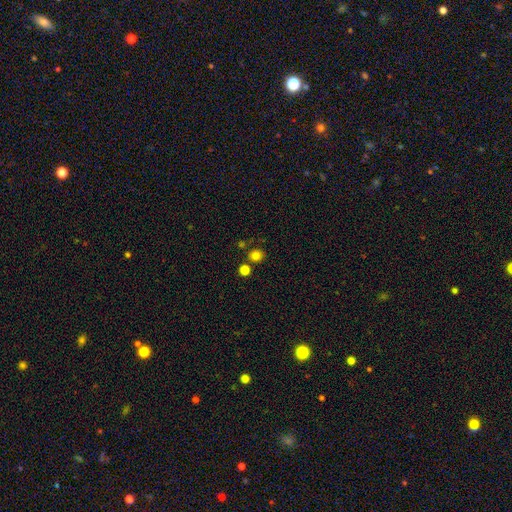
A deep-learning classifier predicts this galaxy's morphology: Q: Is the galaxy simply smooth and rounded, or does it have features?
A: smooth — 80%.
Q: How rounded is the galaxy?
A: round — 81%.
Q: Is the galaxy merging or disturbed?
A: none — 76%.